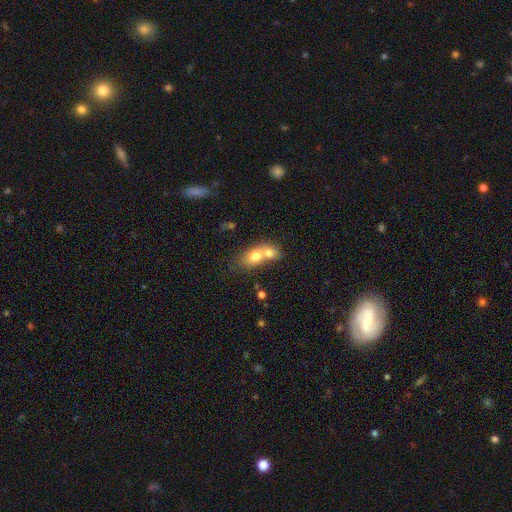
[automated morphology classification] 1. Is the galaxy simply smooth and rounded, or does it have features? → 71% smooth, 20% featured or disk, 9% star or artifact.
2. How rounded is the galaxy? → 68% in between, 29% round, 3% cigar-shaped.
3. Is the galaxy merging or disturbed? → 71% merger, 19% none, 6% minor disturbance, 3% major disturbance.